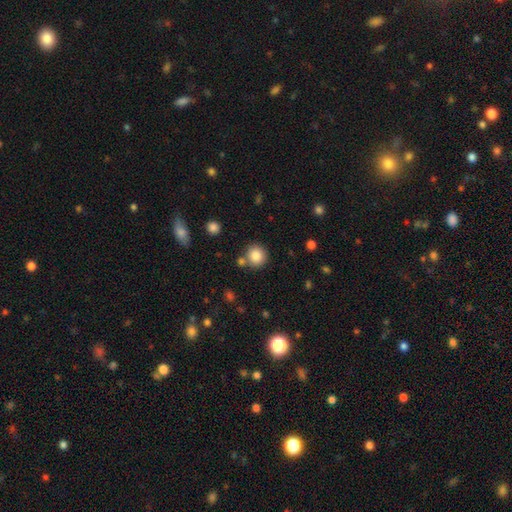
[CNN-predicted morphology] This is clearly a smooth galaxy (83%). How rounded: clearly round (91%). Merging: likely none (77%).